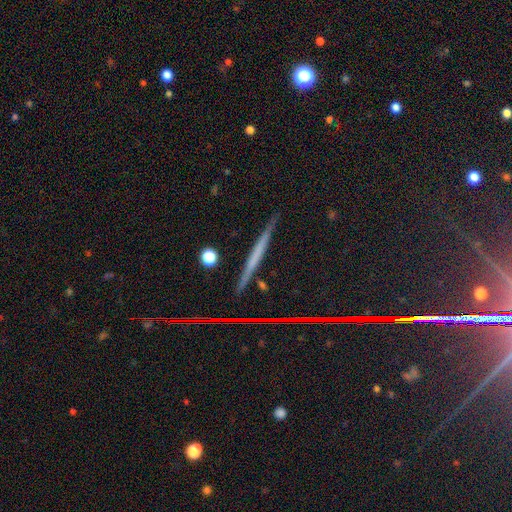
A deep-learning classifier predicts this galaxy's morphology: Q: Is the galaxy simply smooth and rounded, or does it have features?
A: featured or disk — 46%.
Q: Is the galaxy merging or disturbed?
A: none — 89%.